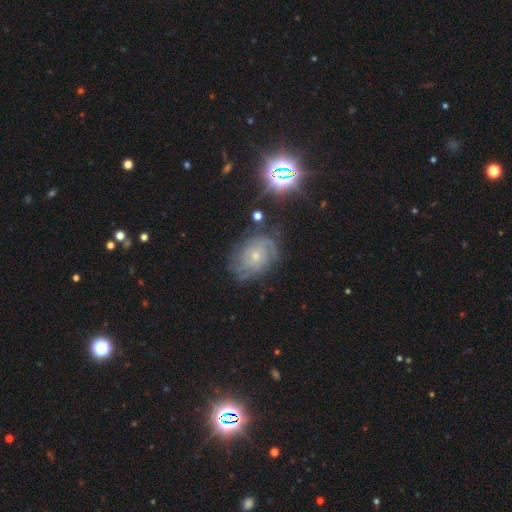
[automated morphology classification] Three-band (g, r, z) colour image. It shows a featured or disk galaxy (74%) with no bar (80%), tight (68%) spiral arms (92%) and a small central bulge (69%). Merging: none (72%).